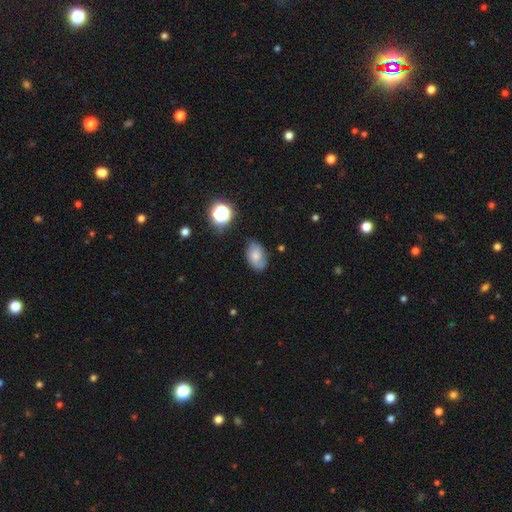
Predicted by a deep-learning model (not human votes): smooth 58%, featured or disk 30%, star or artifact 12%. Down the decision tree: how rounded — in between (83%); merging — none (66%).